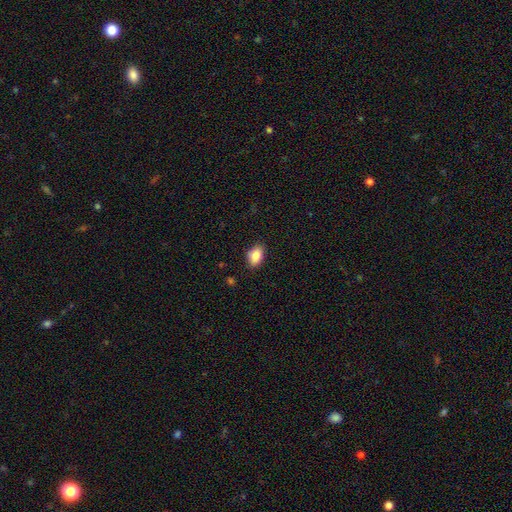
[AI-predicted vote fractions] A smooth galaxy with no disk features (85%) that is in between round and cigar-shaped (84%). Merging: none (86%).